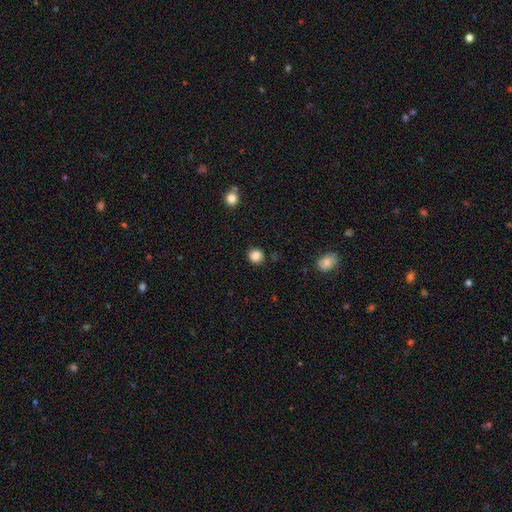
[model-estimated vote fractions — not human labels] smooth-or-featured: smooth: 85% | star or artifact: 11% | featured or disk: 4%
  how-rounded: round: 83% | in between: 16% | cigar-shaped: 1%
  merging: none: 85% | minor disturbance: 10% | major disturbance: 3% | merger: 2%